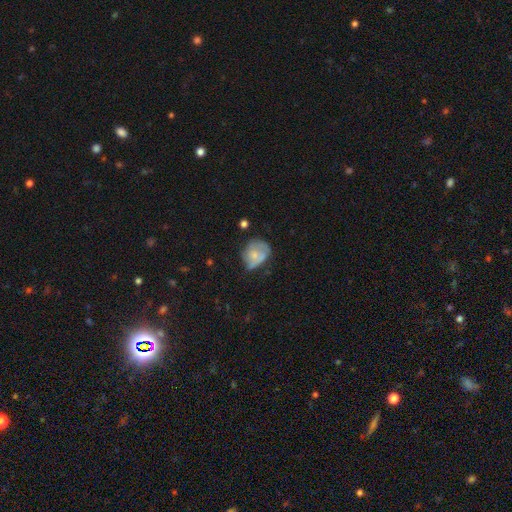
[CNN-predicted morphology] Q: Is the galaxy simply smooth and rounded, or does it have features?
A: smooth — 53%.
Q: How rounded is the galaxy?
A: round — 58%.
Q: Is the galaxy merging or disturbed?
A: none — 37%.